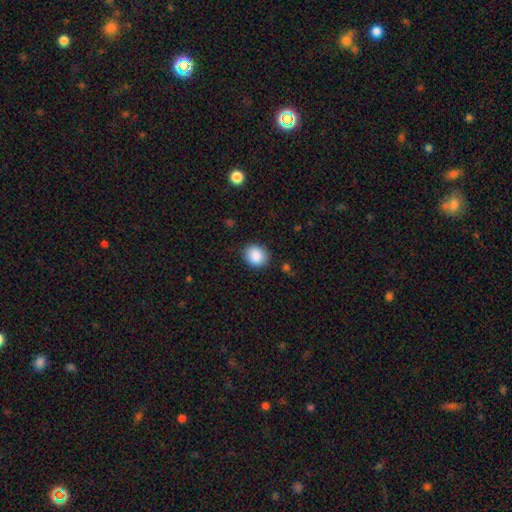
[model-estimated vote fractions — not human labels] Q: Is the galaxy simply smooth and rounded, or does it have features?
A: smooth — 88%.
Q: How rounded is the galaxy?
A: round — 72%.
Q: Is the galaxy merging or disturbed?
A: none — 87%.